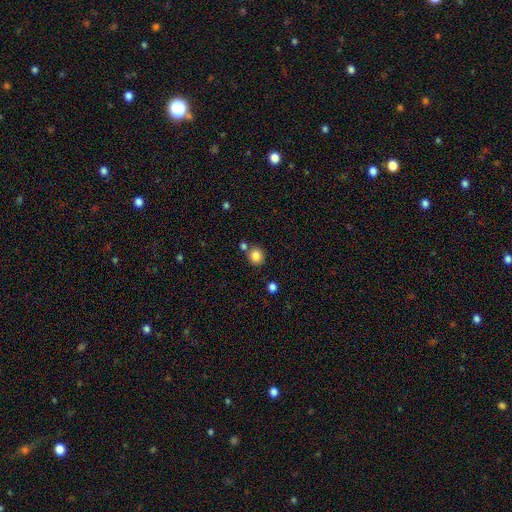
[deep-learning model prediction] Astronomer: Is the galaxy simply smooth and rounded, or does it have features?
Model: smooth — 85%.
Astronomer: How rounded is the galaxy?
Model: round — 86%.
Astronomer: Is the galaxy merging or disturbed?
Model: none — 73%.